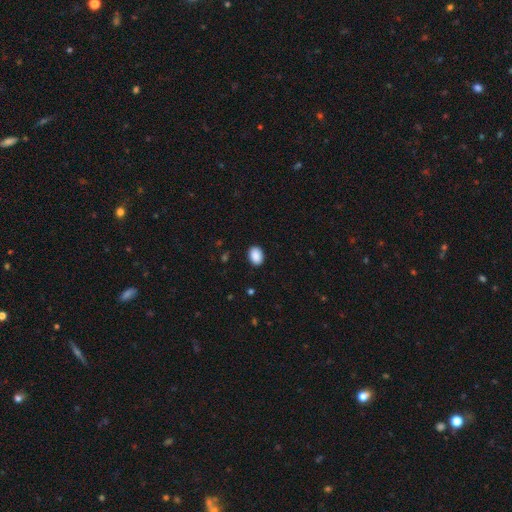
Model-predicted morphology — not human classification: Q: Smooth or featured?
A: smooth (90%); runner-up: star or artifact (7%)
Q: How rounded?
A: in between (79%); runner-up: round (20%)
Q: Merging?
A: none (89%); runner-up: minor disturbance (8%)